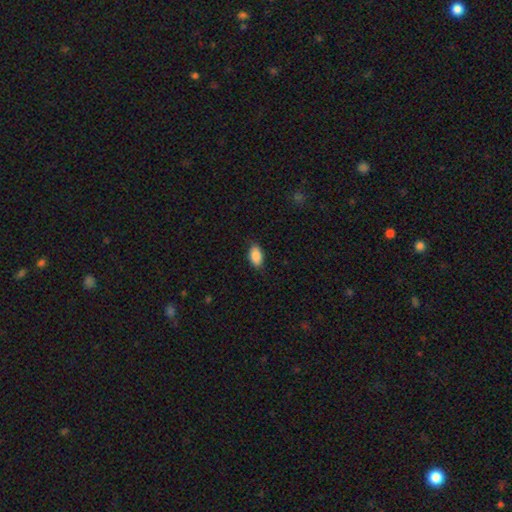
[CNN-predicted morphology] smooth-or-featured: smooth: 88% | star or artifact: 7% | featured or disk: 5%
  how-rounded: in between: 93% | round: 5% | cigar-shaped: 2%
  merging: none: 84% | minor disturbance: 13% | major disturbance: 3% | merger: 1%